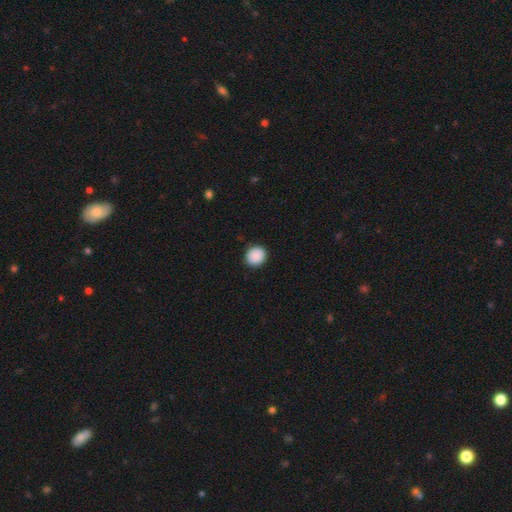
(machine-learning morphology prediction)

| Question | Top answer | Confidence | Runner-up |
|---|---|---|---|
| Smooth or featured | smooth | 90% | star or artifact (8%) |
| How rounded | round | 84% | in between (15%) |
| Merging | none | 92% | minor disturbance (6%) |